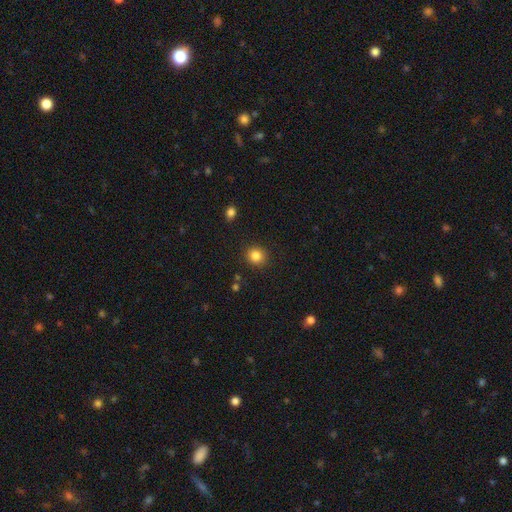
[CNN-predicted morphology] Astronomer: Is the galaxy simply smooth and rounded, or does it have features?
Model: smooth — 83%.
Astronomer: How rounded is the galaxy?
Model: round — 88%.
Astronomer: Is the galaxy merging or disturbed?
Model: none — 90%.